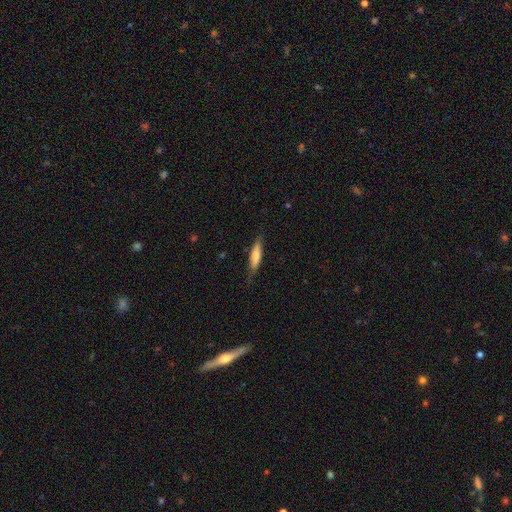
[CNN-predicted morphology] Smooth or featured? Predicted: smooth (p=0.68). How rounded? Predicted: cigar-shaped (p=0.71). Merging? Predicted: none (p=0.73).